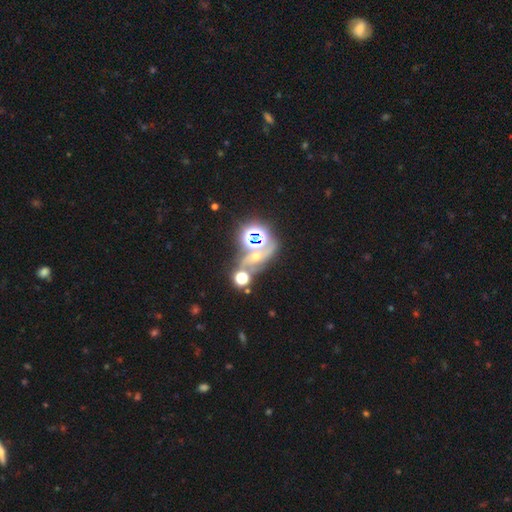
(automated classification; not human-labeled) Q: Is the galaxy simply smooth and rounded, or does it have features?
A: star or artifact — 54%.